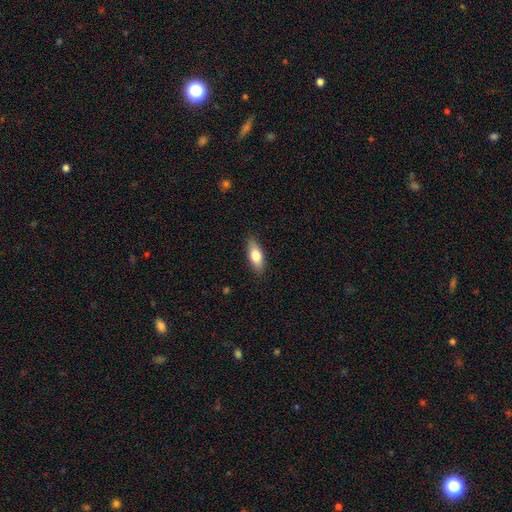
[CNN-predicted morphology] smooth-or-featured: smooth: 75% | featured or disk: 19% | star or artifact: 6%
  how-rounded: in between: 75% | cigar-shaped: 23% | round: 3%
  merging: none: 87% | minor disturbance: 10% | major disturbance: 2% | merger: 1%